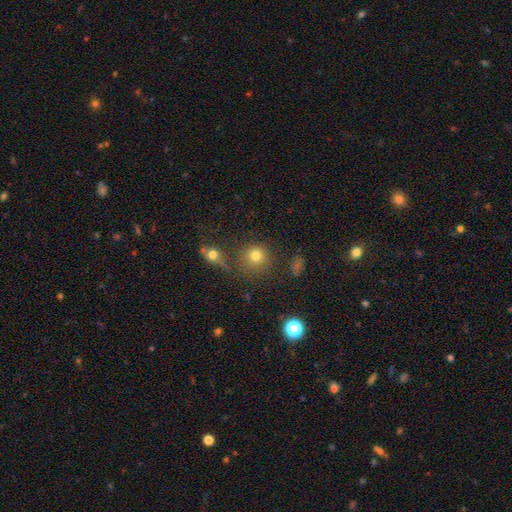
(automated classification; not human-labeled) smooth-or-featured: smooth: 76% | star or artifact: 16% | featured or disk: 8%
  how-rounded: round: 90% | in between: 9% | cigar-shaped: 1%
  merging: none: 74% | minor disturbance: 11% | merger: 10% | major disturbance: 5%